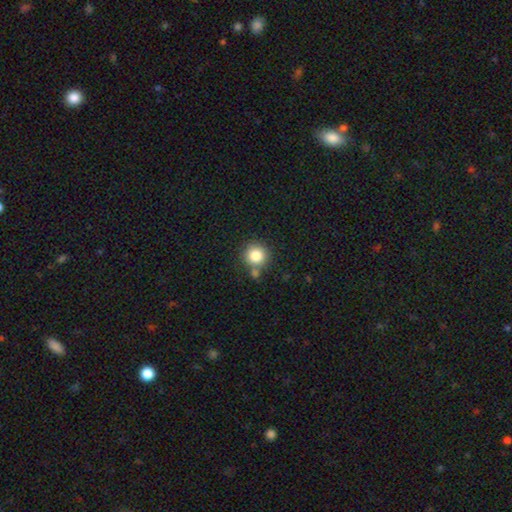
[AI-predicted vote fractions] This is clearly a smooth galaxy (83%). How rounded: clearly round (92%). Merging: likely none (71%).